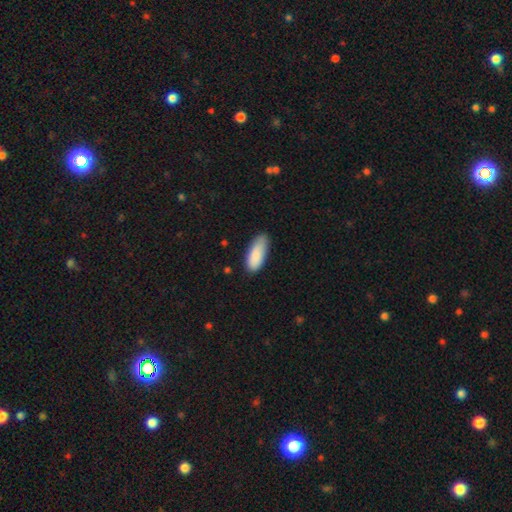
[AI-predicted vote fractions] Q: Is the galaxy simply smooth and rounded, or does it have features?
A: smooth — 87%.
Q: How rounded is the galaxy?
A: in between — 79%.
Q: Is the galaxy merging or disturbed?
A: none — 70%.